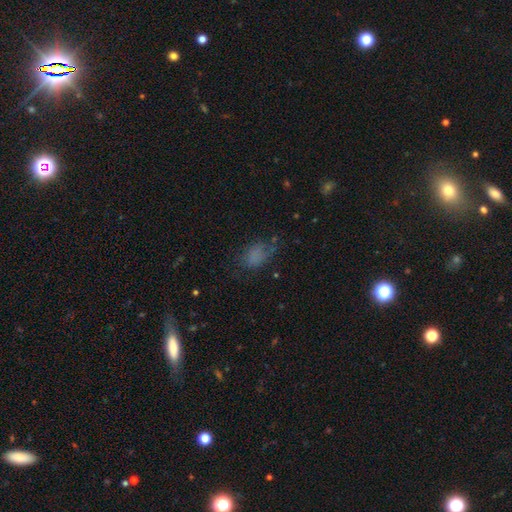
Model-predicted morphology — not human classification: Q: Smooth or featured?
A: smooth (72%); runner-up: star or artifact (15%)
Q: How rounded?
A: in between (81%); runner-up: round (17%)
Q: Merging?
A: none (53%); runner-up: minor disturbance (26%)